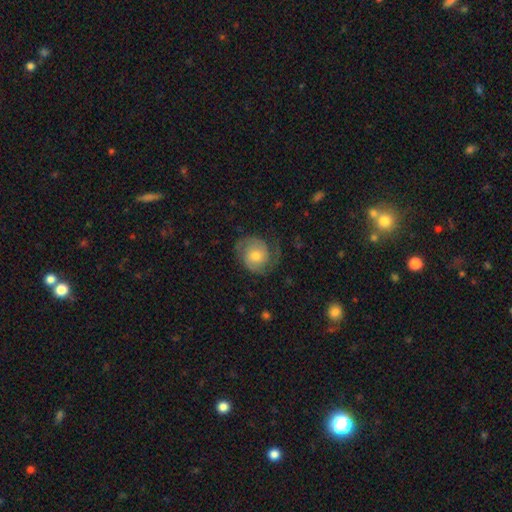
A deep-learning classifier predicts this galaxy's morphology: Smooth or featured? featured or disk (70%)
Edge-on disk? no (98%)
Bar? no (74%)
Spiral arms? yes (93%)
Spiral winding? medium (42%)
Spiral arm count? 2 (84%)
Bulge size? moderate (58%)
Merging? none (67%)